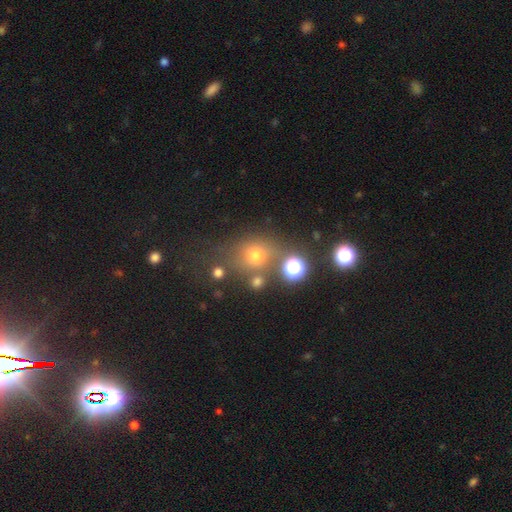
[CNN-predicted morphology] Smooth or featured? smooth (63%)
How rounded? round (75%)
Merging? none (65%)